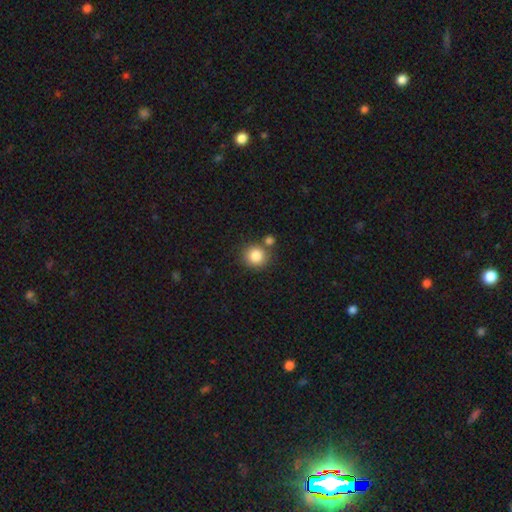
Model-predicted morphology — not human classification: This is clearly a smooth galaxy (85%). How rounded: clearly round (90%). Merging: likely none (71%).